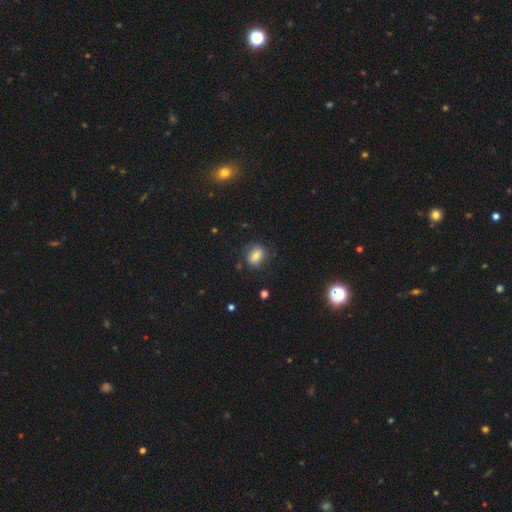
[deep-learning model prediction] smooth_or_featured: smooth (p=0.74) [alt: featured or disk p=0.15]
how_rounded: in between (p=0.60) [alt: round p=0.38]
merging: none (p=0.75) [alt: minor disturbance p=0.17]